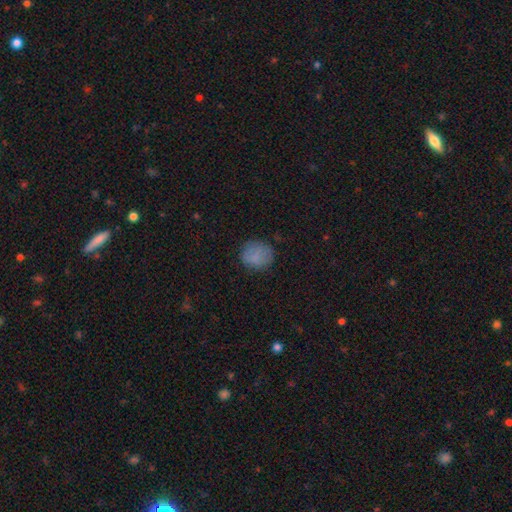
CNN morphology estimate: Overall: smooth (81%). How rounded: round (81%). Merging: none (79%).